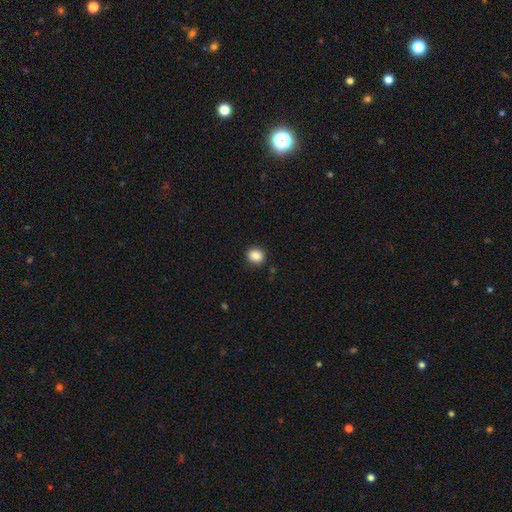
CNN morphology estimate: A smooth galaxy with no disk features (87%) that is round (74%).

Vote fractions:
- Smooth or featured? smooth: 87% / star or artifact: 9% / featured or disk: 4%
- How rounded? round: 74% / in between: 25% / cigar-shaped: 1%
- Merging? none: 90% / minor disturbance: 7% / major disturbance: 2% / merger: 1%